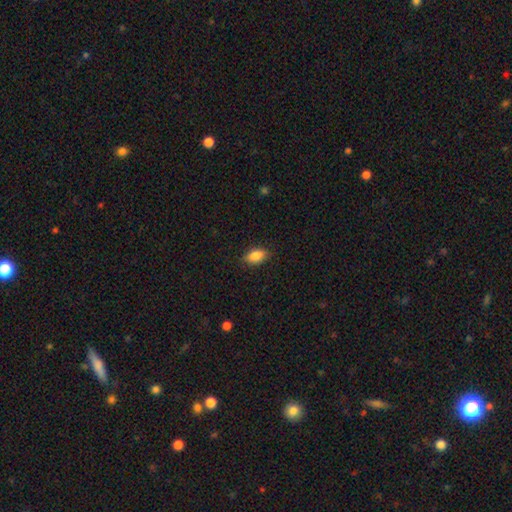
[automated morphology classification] This is clearly a smooth galaxy (87%). How rounded: clearly in between (90%). Merging: clearly none (87%).